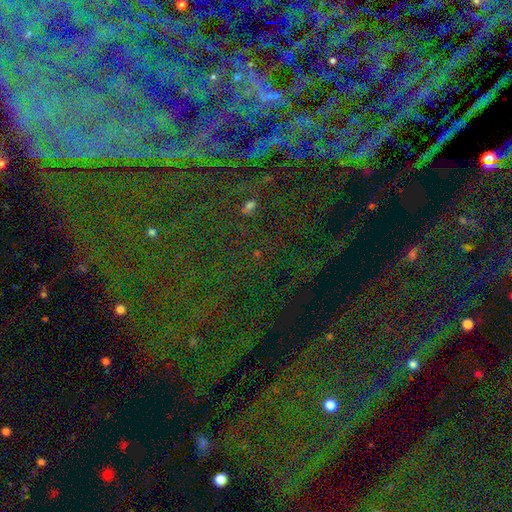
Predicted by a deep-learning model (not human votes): Q: Smooth or featured?
A: star or artifact (75%); runner-up: featured or disk (14%)